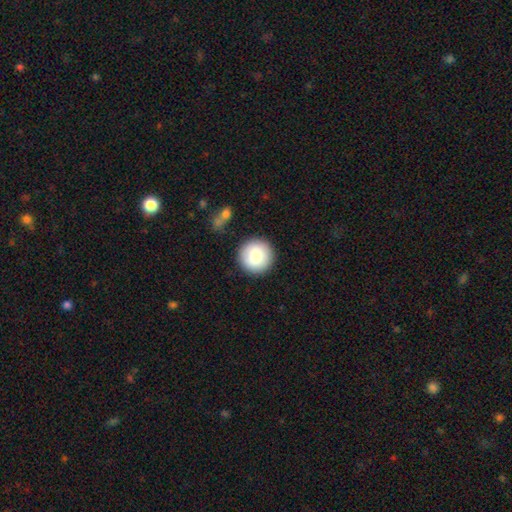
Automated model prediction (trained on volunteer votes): smooth_or_featured: smooth (p=0.85) [alt: featured or disk p=0.08]
how_rounded: round (p=0.96) [alt: in between p=0.03]
merging: none (p=0.90) [alt: minor disturbance p=0.06]